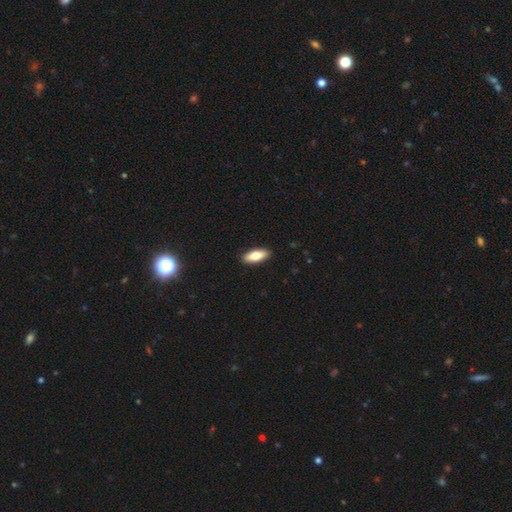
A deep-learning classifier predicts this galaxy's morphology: The model was most divided on "how rounded": in between: 73%, cigar-shaped: 24%, round: 2%. More confident: merging — none (91%); smooth or featured — smooth (76%).